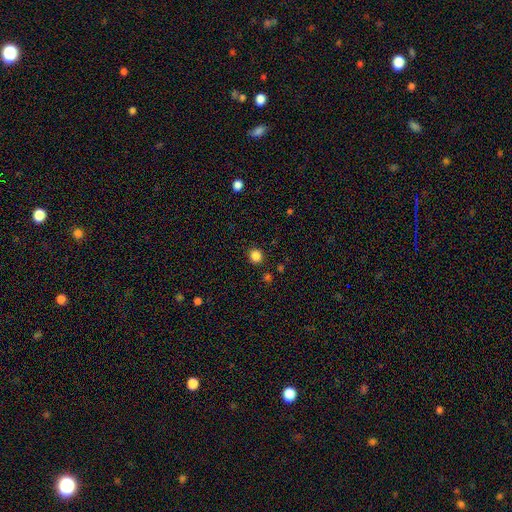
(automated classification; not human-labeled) Smooth or featured? smooth (85%)
How rounded? round (90%)
Merging? none (90%)